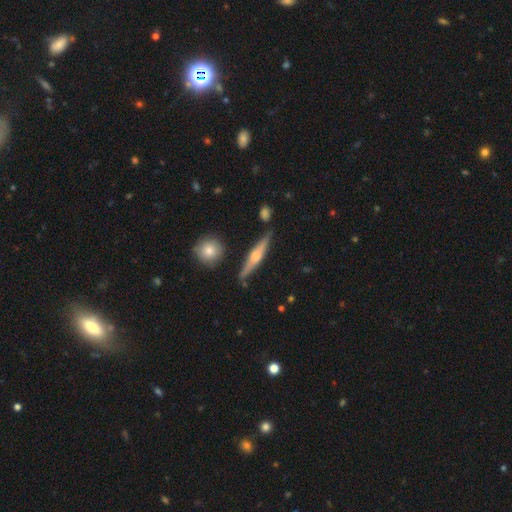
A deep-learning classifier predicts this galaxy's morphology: featured or disk 67%, smooth 27%, star or artifact 6%. Down the decision tree: edge-on disk — yes (96%); edge-on bulge — rounded (84%); merging — none (83%).